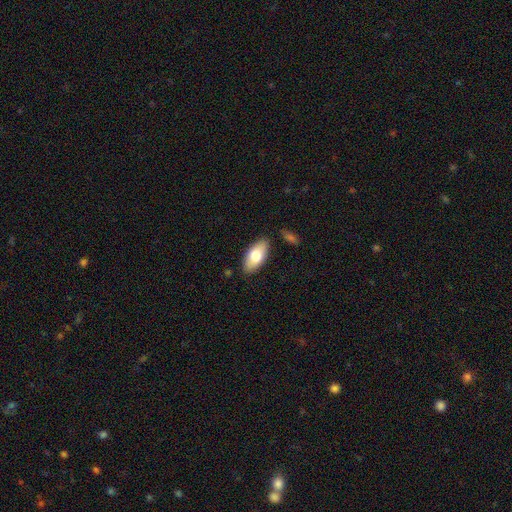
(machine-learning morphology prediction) Overall: smooth (74%). How rounded: in between (91%). Merging: none (86%).